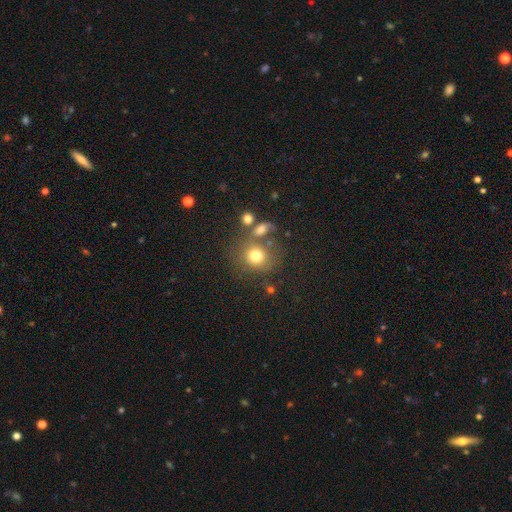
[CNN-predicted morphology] Smooth or featured? smooth (75%)
How rounded? round (83%)
Merging? none (60%)